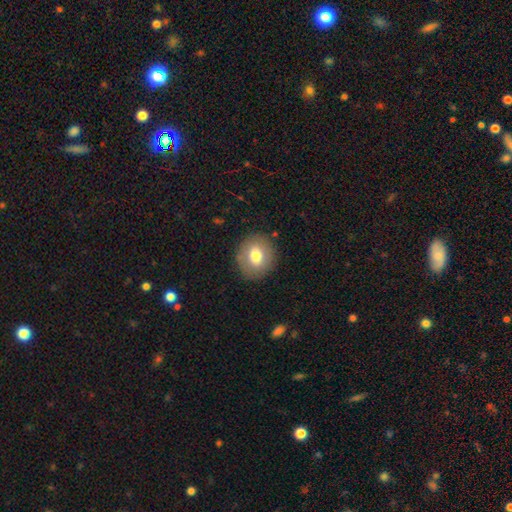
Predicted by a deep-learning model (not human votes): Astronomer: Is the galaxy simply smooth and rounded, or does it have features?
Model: smooth — 73%.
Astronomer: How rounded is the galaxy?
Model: round — 68%.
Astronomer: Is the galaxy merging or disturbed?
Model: none — 86%.